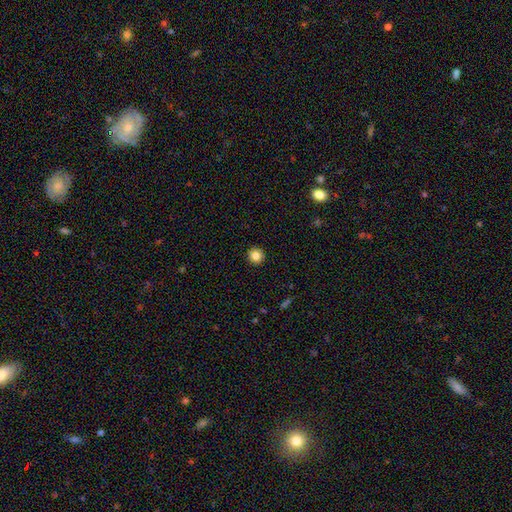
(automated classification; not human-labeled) Q: Smooth or featured?
A: smooth (84%); runner-up: star or artifact (10%)
Q: How rounded?
A: round (96%); runner-up: in between (3%)
Q: Merging?
A: none (93%); runner-up: minor disturbance (4%)